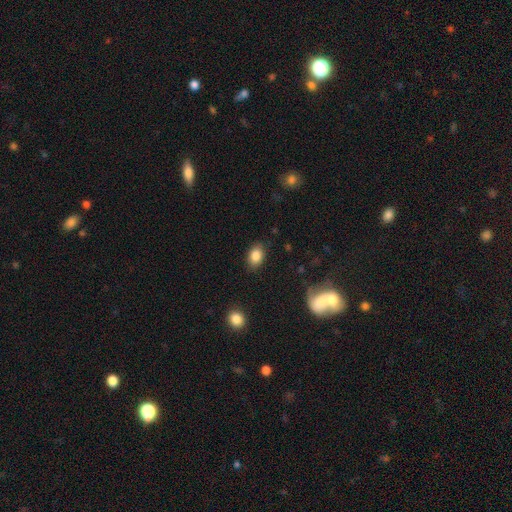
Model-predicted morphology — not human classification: smooth_or_featured: smooth (p=0.86) [alt: star or artifact p=0.09]
how_rounded: in between (p=0.80) [alt: round p=0.19]
merging: none (p=0.83) [alt: minor disturbance p=0.13]